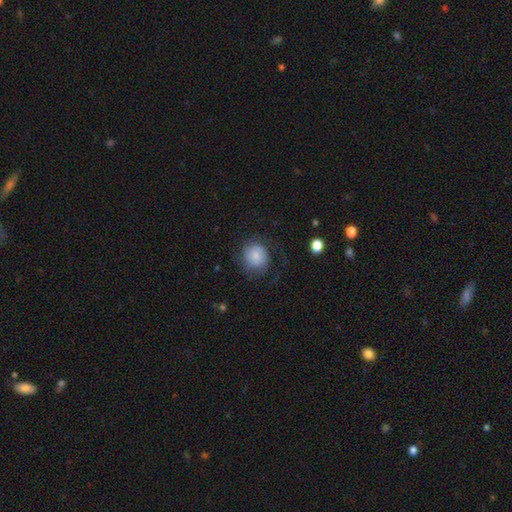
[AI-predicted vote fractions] Smooth or featured? Predicted: smooth (p=0.62). How rounded? Predicted: round (p=0.82). Merging? Predicted: none (p=0.60).